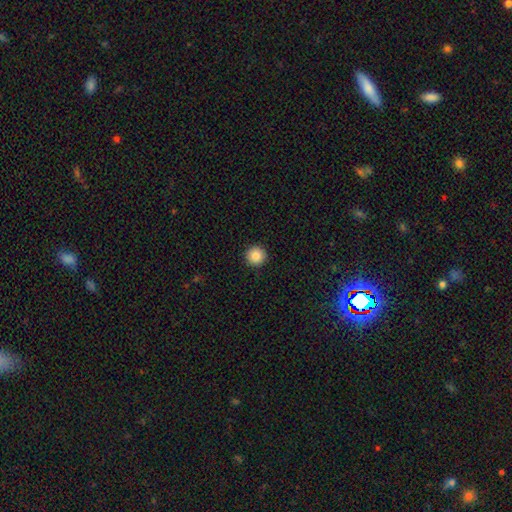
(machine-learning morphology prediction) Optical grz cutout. It shows a smooth galaxy with no disk features (86%) that is round (96%). Merging: none (93%).